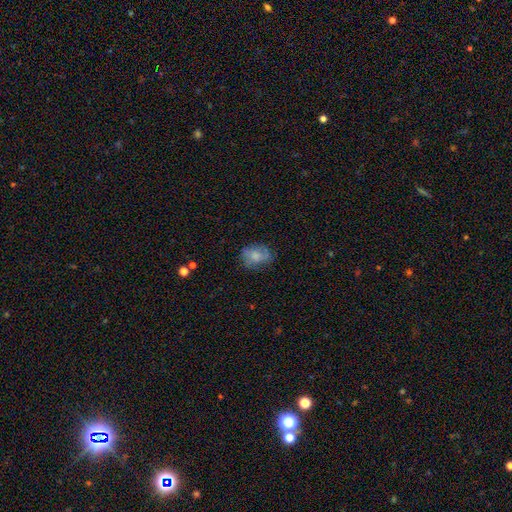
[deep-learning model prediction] Morphology: type=smooth (67%); roundness=in between (69%); merging=none (65%).